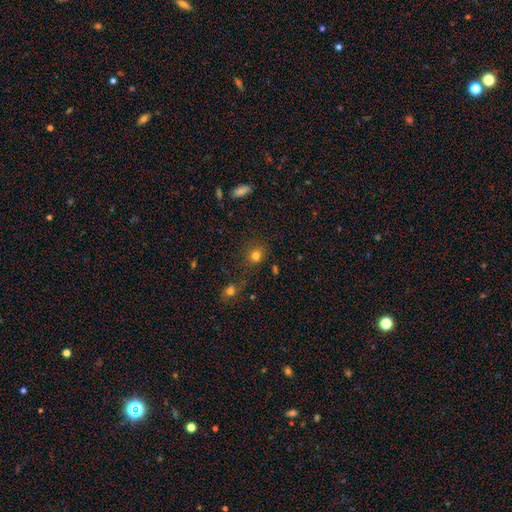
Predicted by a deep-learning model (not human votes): A smooth galaxy with no disk features (78%) that is round (75%). Merging: none (78%).